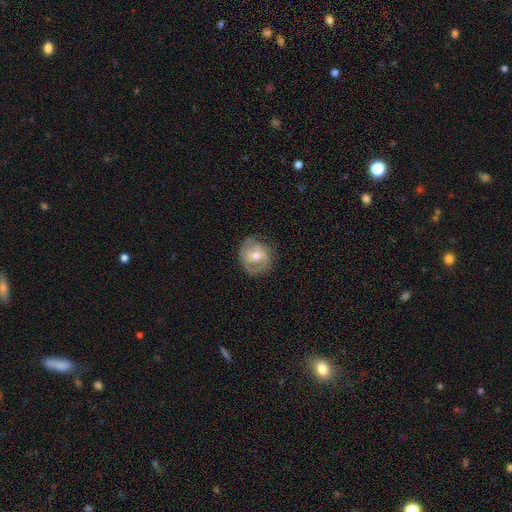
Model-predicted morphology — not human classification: A featured or disk galaxy (63%) with no bar (56%), spiral arms (80%) and a moderate central bulge (70%).

Vote fractions:
- Smooth or featured? featured or disk: 63% / smooth: 31% / star or artifact: 7%
- Edge-on disk? no: 97% / yes: 3%
- Bar? no: 56% / weak: 35% / strong: 10%
- Spiral arms? yes: 80% / no: 20%
- Bulge size? moderate: 70% / small: 24% / large: 4% / none: 1% / dominant: 1%
- Merging? none: 72% / minor disturbance: 19% / major disturbance: 7% / merger: 1%